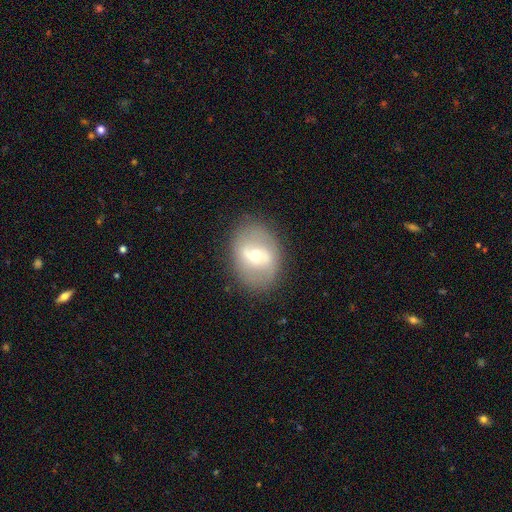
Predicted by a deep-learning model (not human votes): Smooth or featured?
  - featured or disk: 63% *
  - smooth: 30%
  - star or artifact: 8%
Edge-on disk?
  - no: 94% *
  - yes: 6%
Bar?
  - weak: 44% *
  - strong: 33%
  - no: 23%
Spiral arms?
  - yes: 56% *
  - no: 44%
Bulge size?
  - moderate: 53% *
  - small: 41%
  - large: 4%
  - dominant: 1%
  - none: 1%
Merging?
  - none: 82% *
  - minor disturbance: 12%
  - major disturbance: 5%
  - merger: 1%